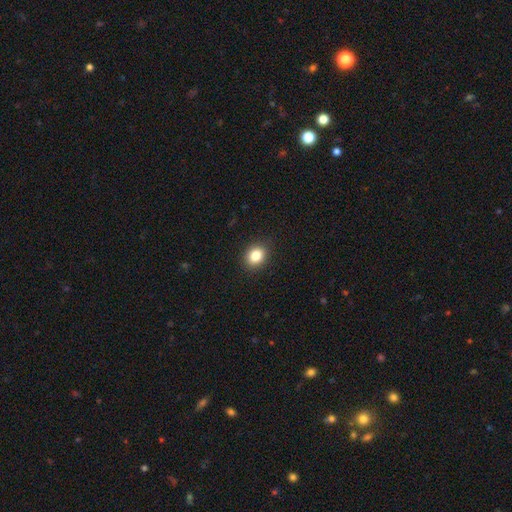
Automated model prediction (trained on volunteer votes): Smooth or featured? smooth (84%)
How rounded? round (53%)
Merging? none (90%)